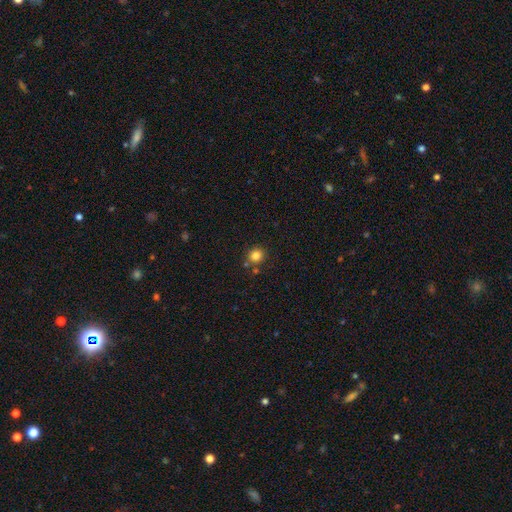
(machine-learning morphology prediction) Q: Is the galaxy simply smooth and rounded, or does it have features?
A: smooth — 83%.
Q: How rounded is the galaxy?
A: round — 88%.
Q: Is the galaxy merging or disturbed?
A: none — 81%.